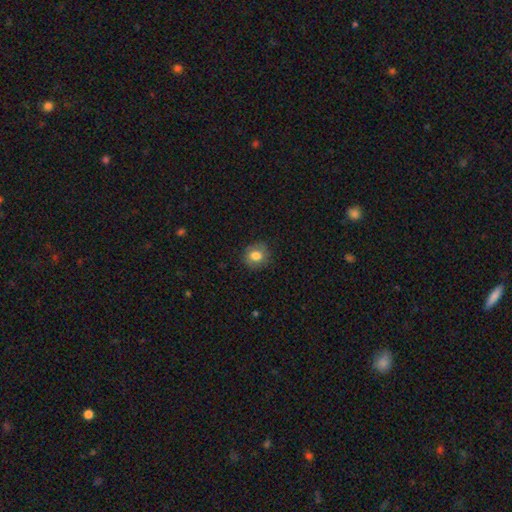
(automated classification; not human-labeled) Morphology: type=smooth (80%); roundness=round (72%); merging=none (82%).